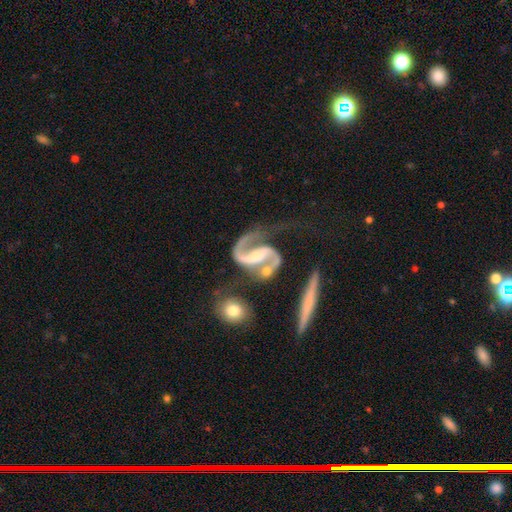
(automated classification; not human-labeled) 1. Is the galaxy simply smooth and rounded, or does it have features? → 92% featured or disk, 4% star or artifact, 4% smooth.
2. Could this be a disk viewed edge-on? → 98% no, 2% yes.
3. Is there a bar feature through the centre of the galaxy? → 47% strong, 32% weak, 21% no.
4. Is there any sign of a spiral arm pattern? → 97% yes, 3% no.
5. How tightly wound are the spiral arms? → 50% medium, 39% loose, 10% tight.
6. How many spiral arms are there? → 91% 2, 4% 1, 2% can't tell, 1% 3, 1% 4, 1% more than 4.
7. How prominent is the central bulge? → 48% small, 39% moderate, 7% none, 4% large, 1% dominant.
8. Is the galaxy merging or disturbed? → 43% none, 20% major disturbance, 19% merger, 18% minor disturbance.